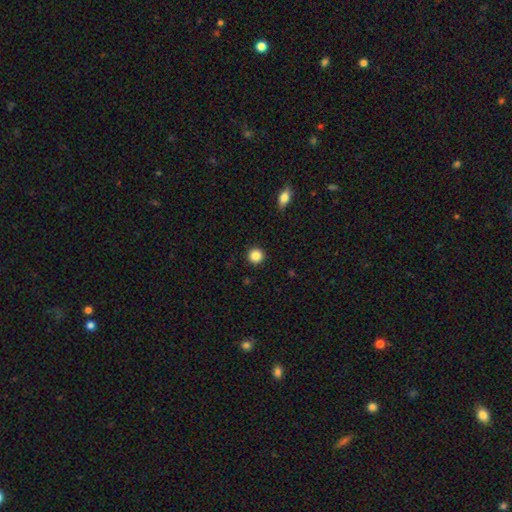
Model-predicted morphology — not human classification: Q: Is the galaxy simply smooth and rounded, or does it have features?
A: smooth — 87%.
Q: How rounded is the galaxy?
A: round — 95%.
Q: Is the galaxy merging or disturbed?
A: none — 92%.